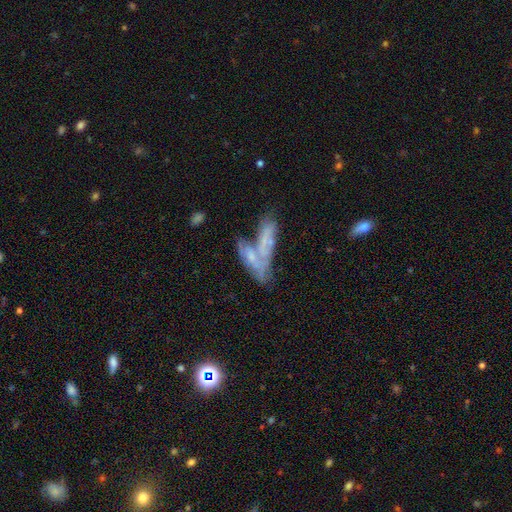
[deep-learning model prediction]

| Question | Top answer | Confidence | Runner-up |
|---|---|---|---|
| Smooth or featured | featured or disk | 50% | smooth (41%) |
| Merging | merger | 59% | none (19%) |